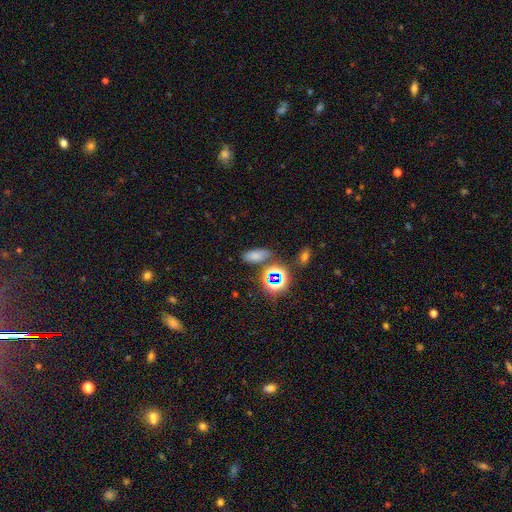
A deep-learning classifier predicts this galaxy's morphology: Smooth or featured? Predicted: smooth (p=0.62). How rounded? Predicted: in between (p=0.83). Merging? Predicted: none (p=0.72).